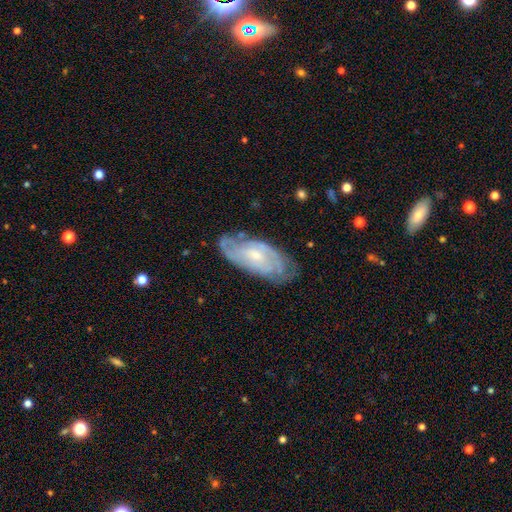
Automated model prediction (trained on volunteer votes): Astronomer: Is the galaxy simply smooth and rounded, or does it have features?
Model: featured or disk — 74%.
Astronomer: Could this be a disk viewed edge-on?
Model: no — 91%.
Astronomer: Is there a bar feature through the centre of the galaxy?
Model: no — 54% (runner-up: weak, 39%).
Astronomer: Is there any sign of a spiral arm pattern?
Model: yes — 86%.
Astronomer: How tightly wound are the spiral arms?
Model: tight — 55% (runner-up: medium, 34%).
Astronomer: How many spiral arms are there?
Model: can't tell — 46% (runner-up: 2, 34%).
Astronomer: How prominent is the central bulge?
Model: small — 60%.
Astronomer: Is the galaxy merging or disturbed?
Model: none — 68%.